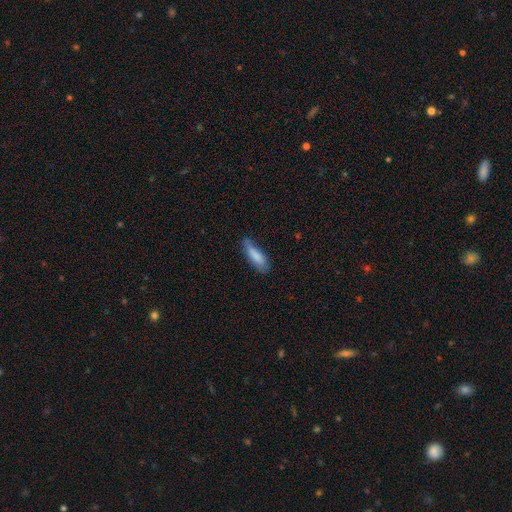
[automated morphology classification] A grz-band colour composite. It shows a smooth galaxy with no disk features (80%) that is cigar-shaped (57%). Merging: none (53%).